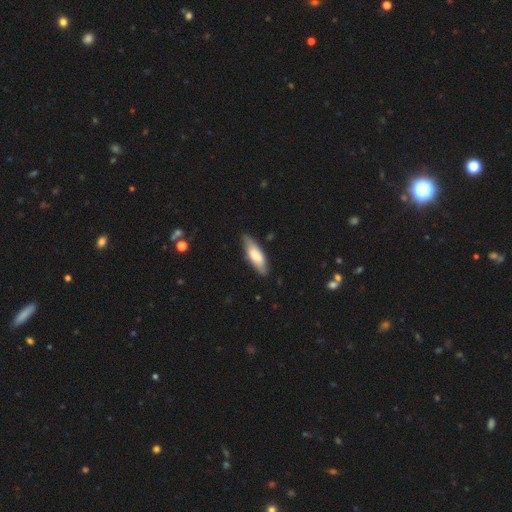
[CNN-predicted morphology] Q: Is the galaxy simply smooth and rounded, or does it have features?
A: smooth — 66%.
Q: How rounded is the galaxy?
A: in between — 54%.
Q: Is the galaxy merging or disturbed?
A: none — 78%.